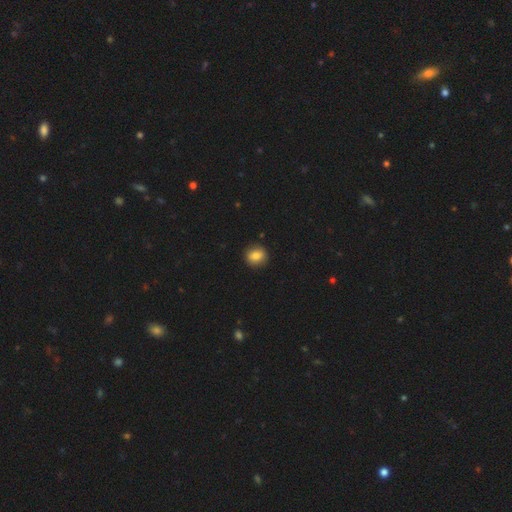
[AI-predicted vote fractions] Q: Smooth or featured?
A: smooth (83%); runner-up: star or artifact (9%)
Q: How rounded?
A: round (72%); runner-up: in between (26%)
Q: Merging?
A: none (88%); runner-up: minor disturbance (8%)